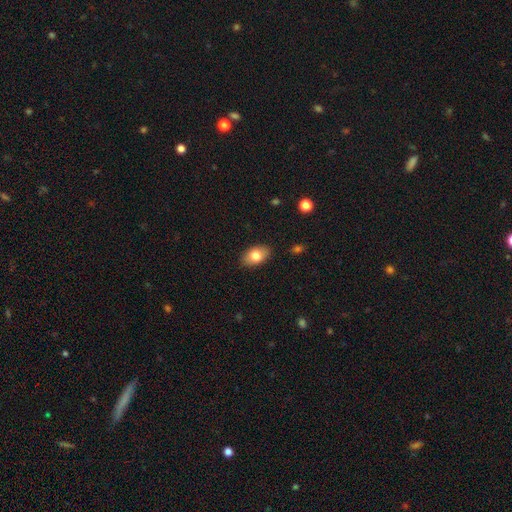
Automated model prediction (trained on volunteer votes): Smooth or featured? Predicted: smooth (p=0.79). How rounded? Predicted: in between (p=0.89). Merging? Predicted: none (p=0.87).